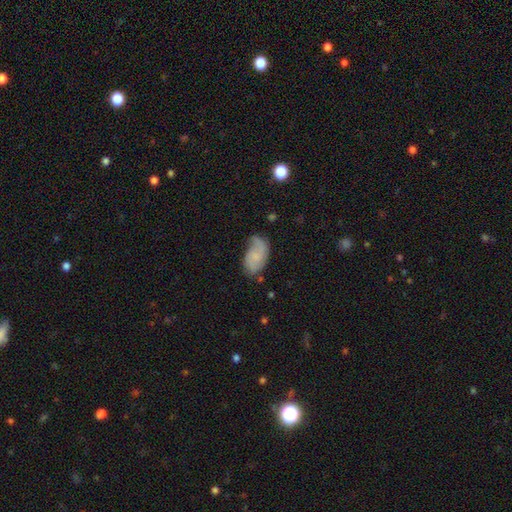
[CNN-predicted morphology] featured or disk 51%, smooth 41%, star or artifact 8%. Down the decision tree: edge-on disk — no (96%); merging — none (51%).